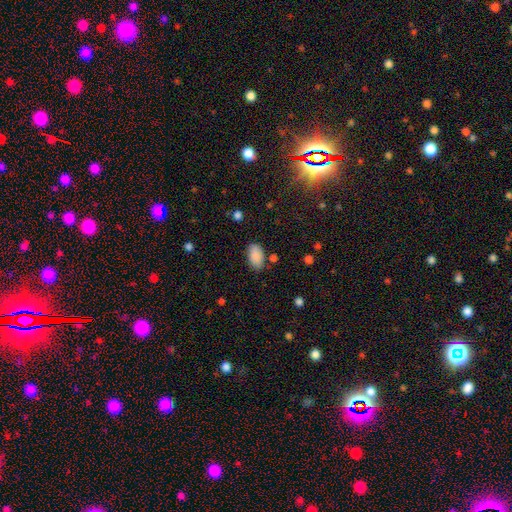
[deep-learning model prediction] Smooth or featured? smooth (88%)
How rounded? in between (94%)
Merging? none (78%)